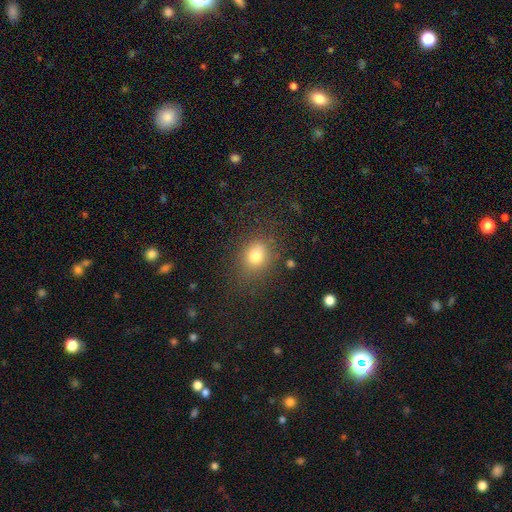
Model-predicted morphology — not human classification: Smooth or featured? smooth (78%)
How rounded? round (60%)
Merging? none (78%)